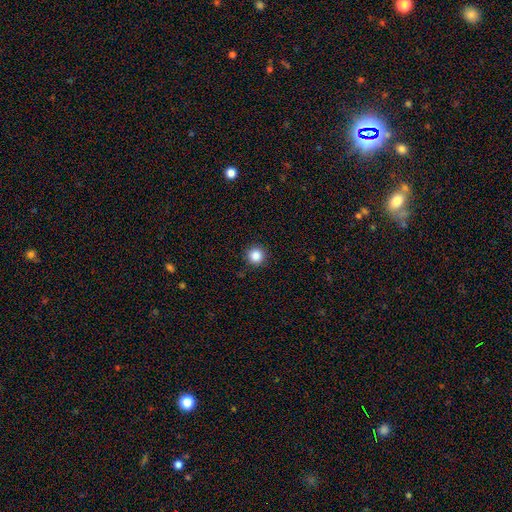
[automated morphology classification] Smooth or featured: smooth — 86% (star or artifact — 11%)
How rounded: round — 96% (in between — 3%)
Merging: none — 92% (minor disturbance — 5%)